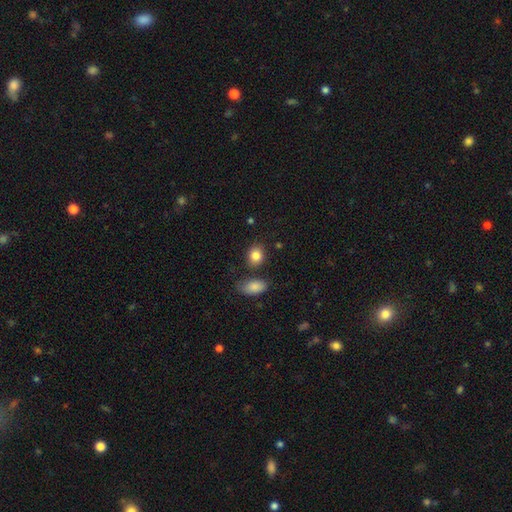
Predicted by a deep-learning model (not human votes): This is clearly a smooth galaxy (85%). How rounded: possibly round (50%). Merging: likely none (76%).